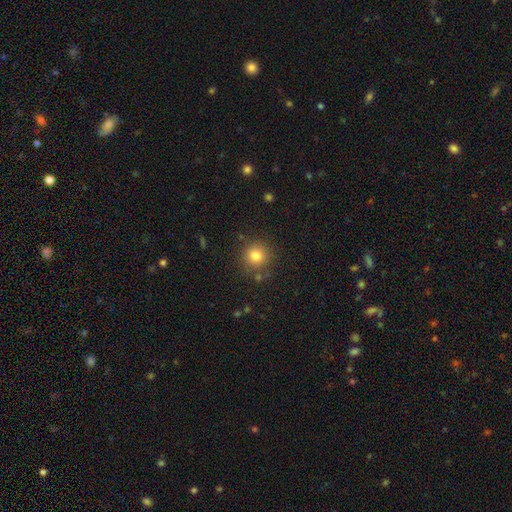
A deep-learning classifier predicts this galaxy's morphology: smooth_or_featured: smooth (p=0.80) [alt: star or artifact p=0.13]
how_rounded: round (p=0.92) [alt: in between p=0.07]
merging: none (p=0.84) [alt: minor disturbance p=0.09]